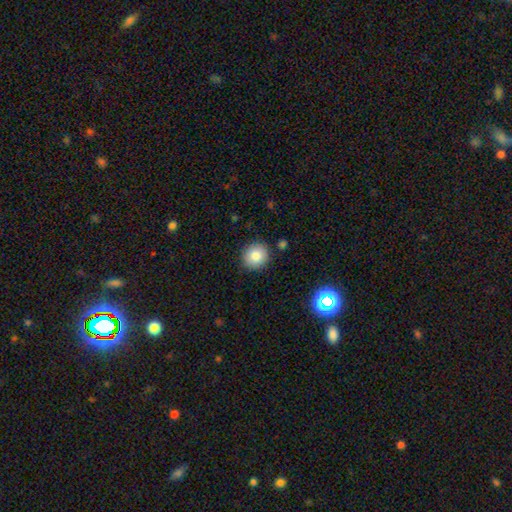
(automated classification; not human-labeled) A smooth galaxy with no disk features (82%) that is round (87%). Merging: none (88%).